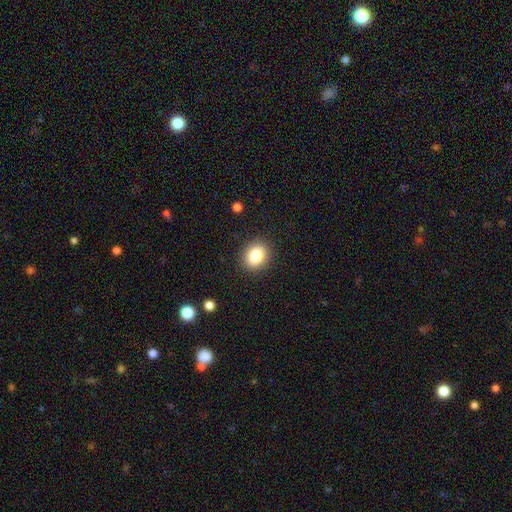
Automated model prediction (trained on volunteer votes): This appears to be a smooth galaxy with no disk features (85%) that is in between round and cigar-shaped (52%). Merging: none (89%).